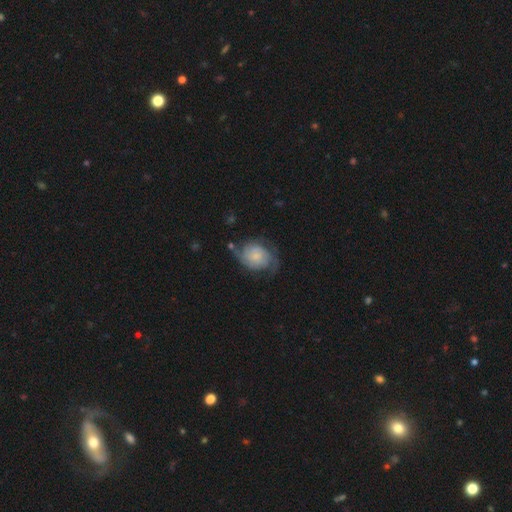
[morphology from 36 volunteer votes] Smooth or featured? smooth (47%, tied with featured or disk)
How rounded? round (65%)
Merging? minor disturbance (38%)